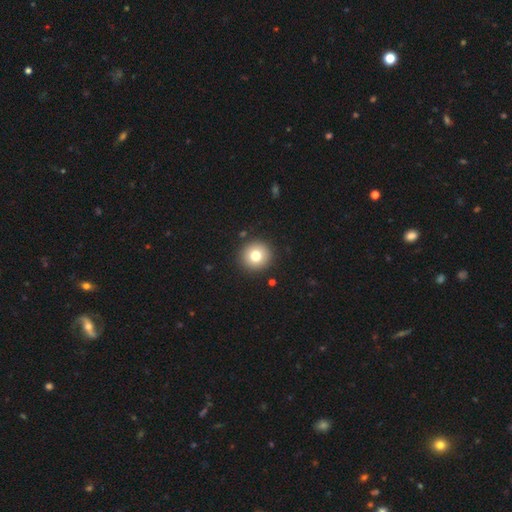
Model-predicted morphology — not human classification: A smooth galaxy with no disk features (77%) that is round (95%).

Vote fractions:
- Smooth or featured? smooth: 77% / featured or disk: 12% / star or artifact: 11%
- How rounded? round: 95% / in between: 4% / cigar-shaped: 1%
- Merging? none: 92% / minor disturbance: 5% / major disturbance: 2% / merger: 1%